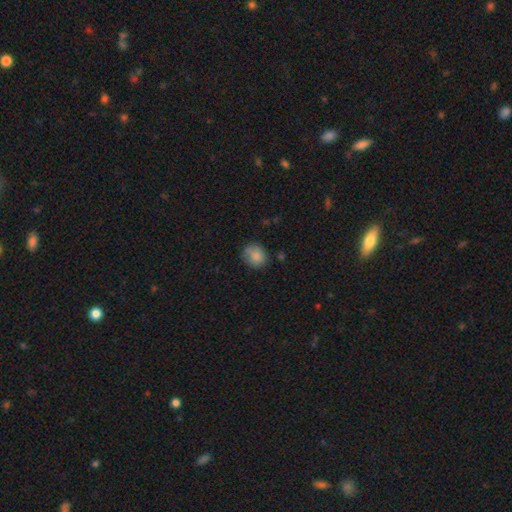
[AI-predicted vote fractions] Morphology: type=smooth (83%); roundness=round (73%); merging=none (69%).